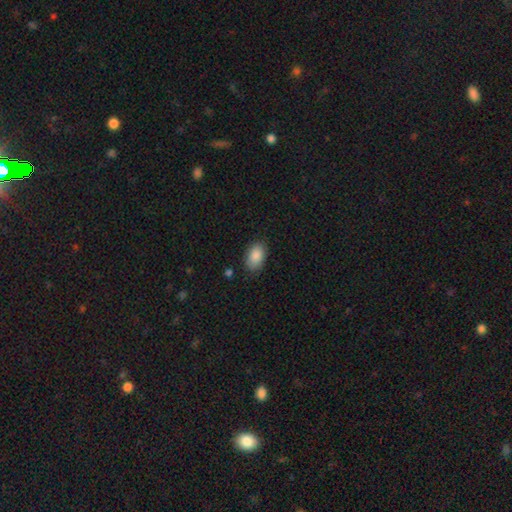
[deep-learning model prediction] Smooth or featured: smooth — 89% (star or artifact — 7%)
How rounded: in between — 92% (round — 7%)
Merging: none — 85% (minor disturbance — 11%)